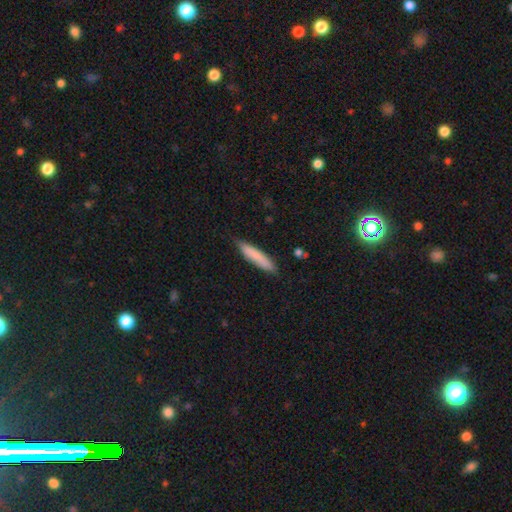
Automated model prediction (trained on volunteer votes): Smooth or featured? smooth (81%)
How rounded? cigar-shaped (87%)
Merging? none (83%)